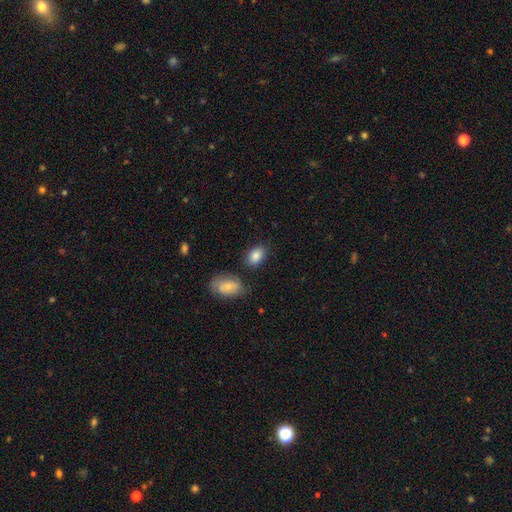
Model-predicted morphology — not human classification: Smooth or featured?
  - smooth: 86% *
  - star or artifact: 8%
  - featured or disk: 7%
How rounded?
  - in between: 80% *
  - round: 18%
  - cigar-shaped: 1%
Merging?
  - none: 75% *
  - minor disturbance: 14%
  - merger: 7%
  - major disturbance: 4%